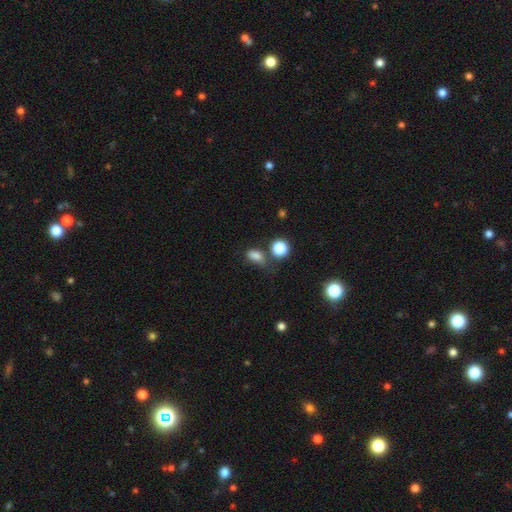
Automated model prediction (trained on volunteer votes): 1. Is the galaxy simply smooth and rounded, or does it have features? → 78% smooth, 14% star or artifact, 8% featured or disk.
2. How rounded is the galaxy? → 73% in between, 22% round, 5% cigar-shaped.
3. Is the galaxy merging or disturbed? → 46% none, 28% minor disturbance, 13% major disturbance, 13% merger.